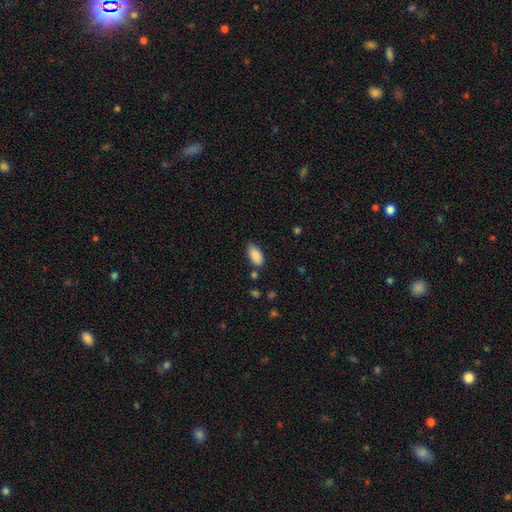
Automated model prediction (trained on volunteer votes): A smooth galaxy with no disk features (88%) that is in between round and cigar-shaped (92%).

Vote fractions:
- Smooth or featured? smooth: 88% / star or artifact: 7% / featured or disk: 6%
- How rounded? in between: 92% / cigar-shaped: 6% / round: 2%
- Merging? none: 73% / minor disturbance: 21% / major disturbance: 3% / merger: 3%